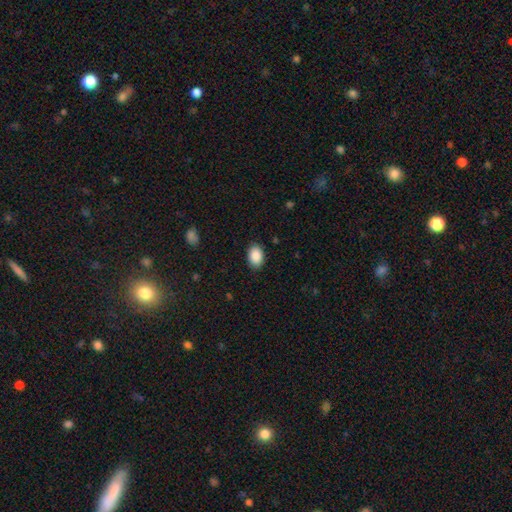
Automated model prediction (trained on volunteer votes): A smooth galaxy with no disk features (90%) that is in between round and cigar-shaped (87%).

Vote fractions:
- Smooth or featured? smooth: 90% / star or artifact: 7% / featured or disk: 4%
- How rounded? in between: 87% / round: 12% / cigar-shaped: 1%
- Merging? none: 87% / minor disturbance: 10% / major disturbance: 2% / merger: 1%